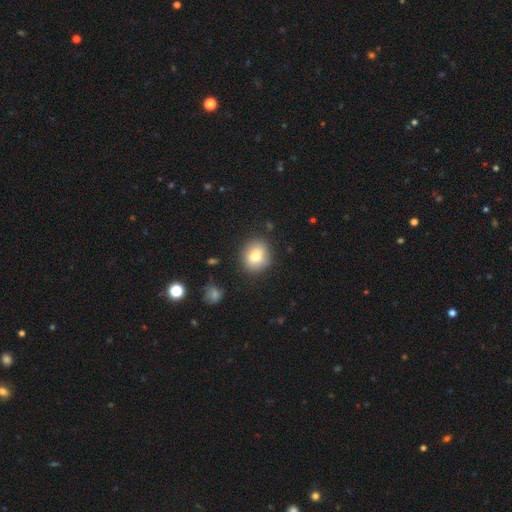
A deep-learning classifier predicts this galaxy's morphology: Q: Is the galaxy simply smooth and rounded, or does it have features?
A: smooth — 77%.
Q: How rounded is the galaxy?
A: round — 78%.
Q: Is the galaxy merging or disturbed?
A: none — 86%.